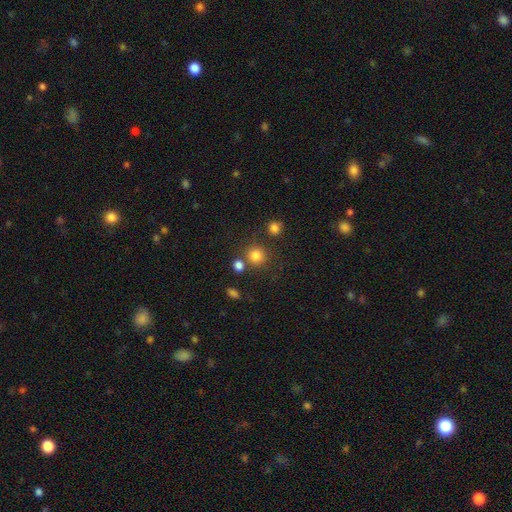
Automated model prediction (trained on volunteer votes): Smooth or featured? smooth (81%)
How rounded? round (90%)
Merging? none (74%)